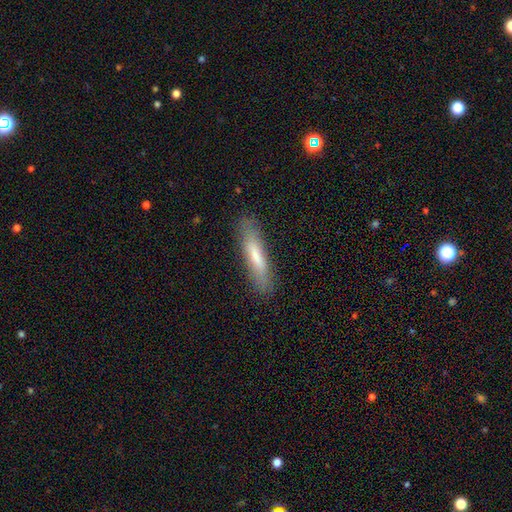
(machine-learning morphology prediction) smooth-or-featured: smooth: 65% | featured or disk: 28% | star or artifact: 7%
  how-rounded: cigar-shaped: 85% | in between: 13% | round: 1%
  merging: none: 84% | minor disturbance: 12% | major disturbance: 3% | merger: 1%